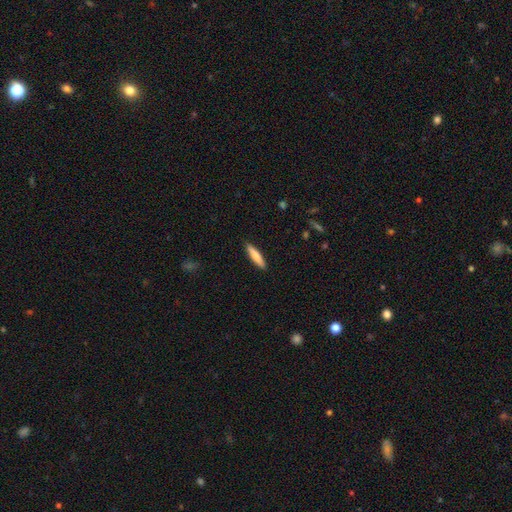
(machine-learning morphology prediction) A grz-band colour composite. It shows a smooth galaxy with no disk features (75%) that is cigar-shaped (82%). Merging: none (90%).